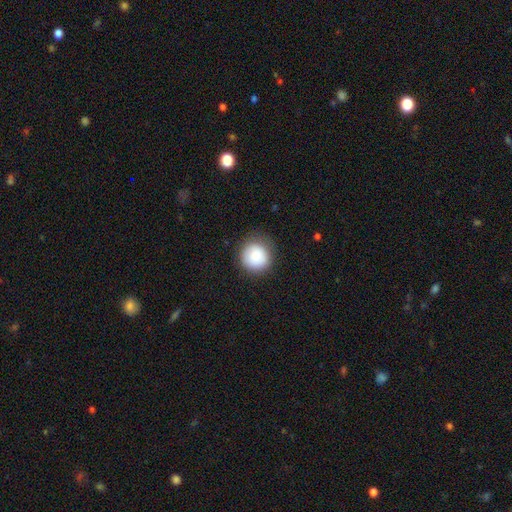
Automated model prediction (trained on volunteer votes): Smooth or featured: smooth — 83% (featured or disk — 8%)
How rounded: round — 93% (in between — 6%)
Merging: none — 81% (minor disturbance — 14%)